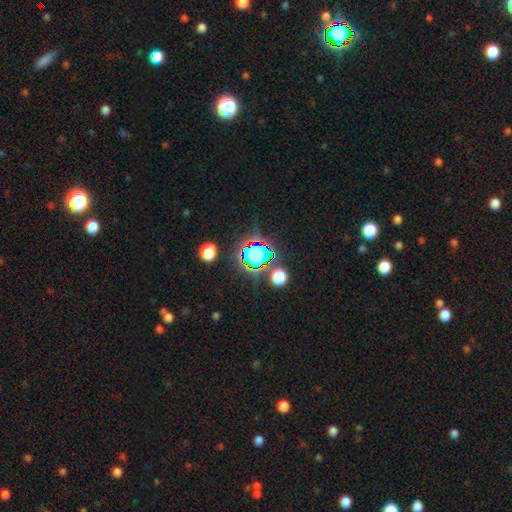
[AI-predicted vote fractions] A star or artifact, not a galaxy (64%).